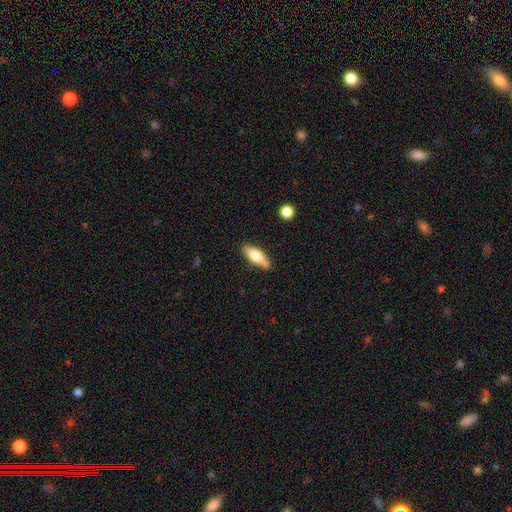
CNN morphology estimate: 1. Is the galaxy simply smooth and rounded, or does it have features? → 59% smooth, 35% featured or disk, 6% star or artifact.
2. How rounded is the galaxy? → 59% in between, 39% cigar-shaped, 3% round.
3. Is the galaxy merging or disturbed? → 79% none, 15% minor disturbance, 4% merger, 3% major disturbance.